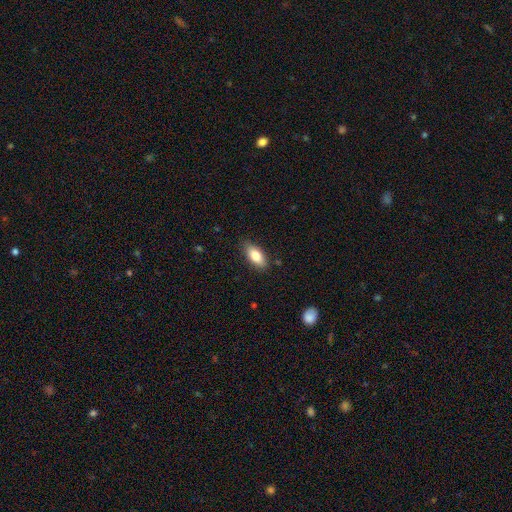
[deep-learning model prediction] smooth 81%, featured or disk 12%, star or artifact 7%. Down the decision tree: how rounded — in between (87%); merging — none (84%).